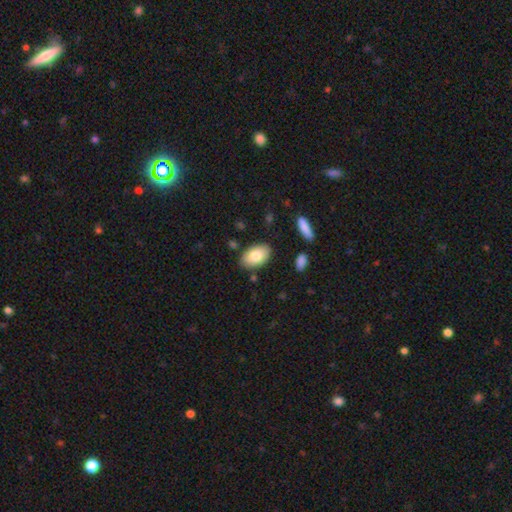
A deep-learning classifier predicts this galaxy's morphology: Q: Smooth or featured?
A: smooth (81%); runner-up: featured or disk (12%)
Q: How rounded?
A: in between (93%); runner-up: round (6%)
Q: Merging?
A: none (83%); runner-up: minor disturbance (12%)